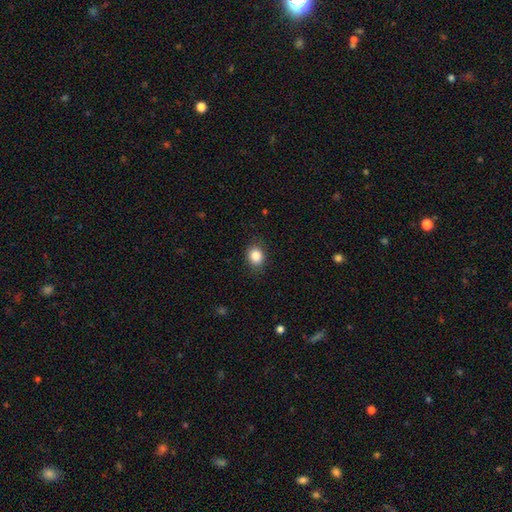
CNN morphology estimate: A smooth galaxy with no disk features (86%) that is round (55%). Merging: none (84%).